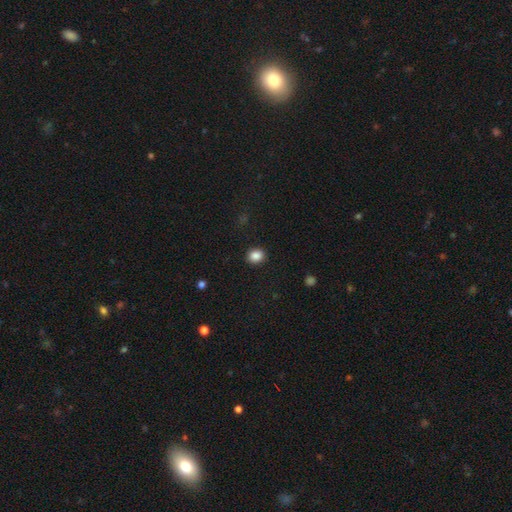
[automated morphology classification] Smooth or featured?
  - smooth: 87% *
  - star or artifact: 9%
  - featured or disk: 4%
How rounded?
  - round: 62% *
  - in between: 37%
  - cigar-shaped: 1%
Merging?
  - none: 91% *
  - minor disturbance: 6%
  - major disturbance: 2%
  - merger: 1%